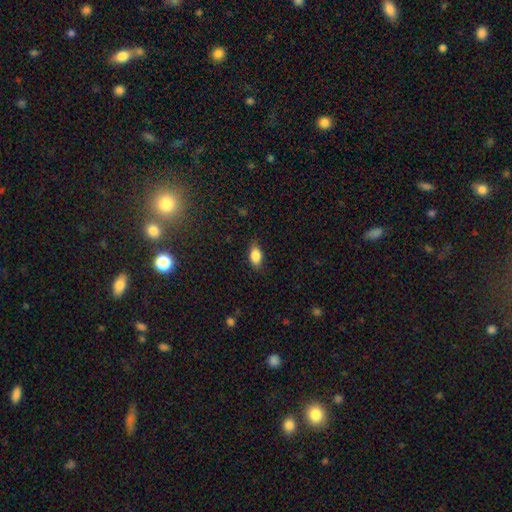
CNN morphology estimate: Smooth or featured: smooth — 84% (star or artifact — 8%)
How rounded: in between — 88% (round — 7%)
Merging: none — 80% (minor disturbance — 16%)